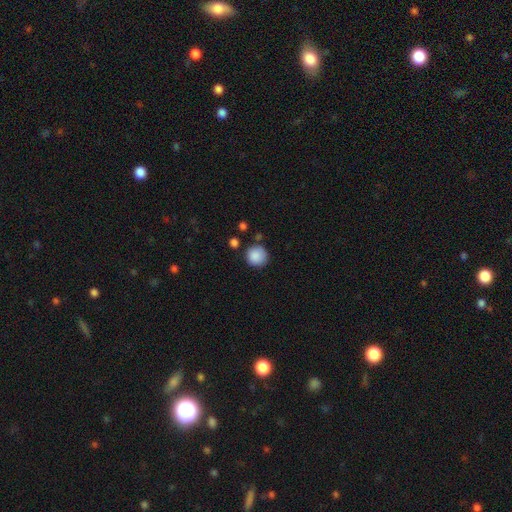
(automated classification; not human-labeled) This is clearly a smooth galaxy (88%). How rounded: clearly round (93%). Merging: likely none (79%).